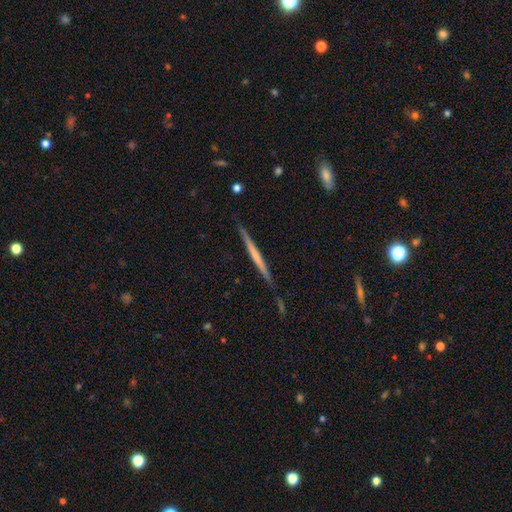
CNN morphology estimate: Smooth or featured? featured or disk (55%)
Edge-on disk? yes (97%)
Edge-on bulge? none (80%)
Merging? none (87%)